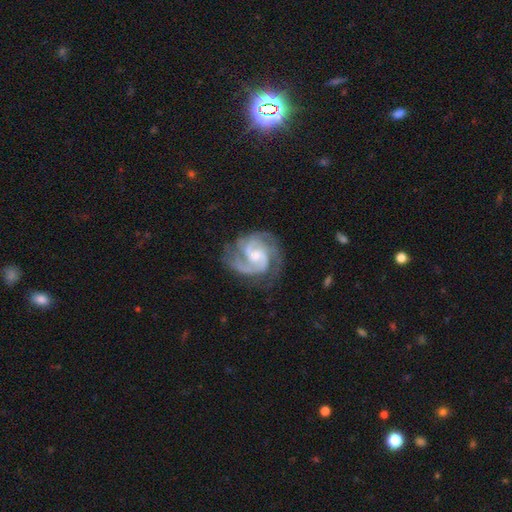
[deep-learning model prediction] A featured or disk galaxy (92%) with no bar (51%), 2 (60%) medium (49%) spiral arms (98%) and a moderate central bulge (43%). Merging: none (69%).